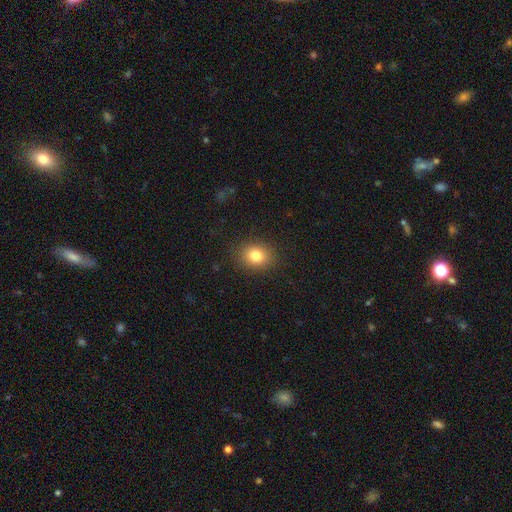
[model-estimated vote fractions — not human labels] Smooth or featured?
  - smooth: 80% *
  - star or artifact: 11%
  - featured or disk: 8%
How rounded?
  - round: 59% *
  - in between: 40%
  - cigar-shaped: 1%
Merging?
  - none: 88% *
  - minor disturbance: 8%
  - major disturbance: 3%
  - merger: 1%